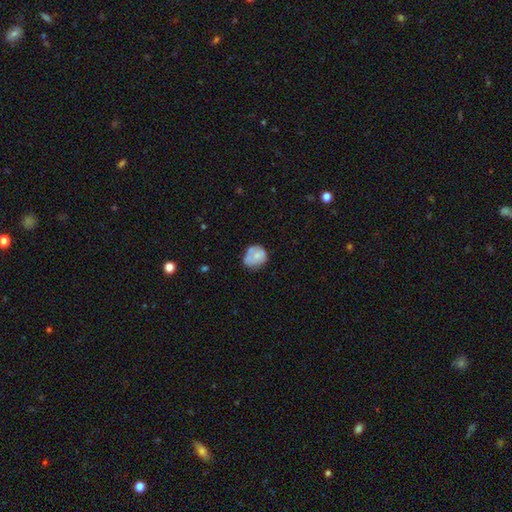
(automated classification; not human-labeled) smooth-or-featured: smooth: 65% | featured or disk: 27% | star or artifact: 8%
  how-rounded: round: 62% | in between: 37% | cigar-shaped: 1%
  merging: none: 47% | minor disturbance: 29% | merger: 13% | major disturbance: 11%